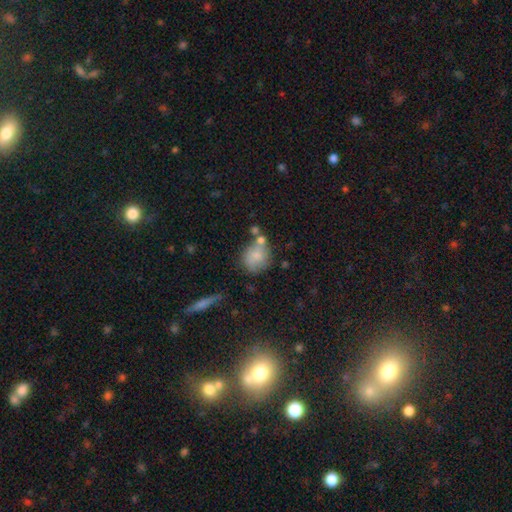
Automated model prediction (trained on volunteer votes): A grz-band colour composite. It shows a smooth galaxy with no disk features (73%) that is round (69%). Merging: none (51%).